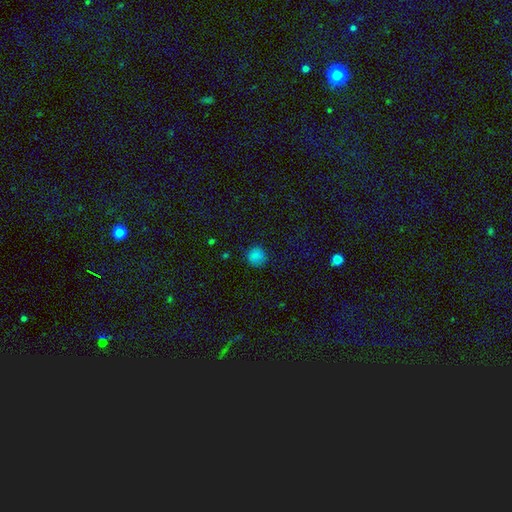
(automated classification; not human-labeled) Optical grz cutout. It shows a smooth galaxy with no disk features (82%) that is round (91%). Merging: none (86%).